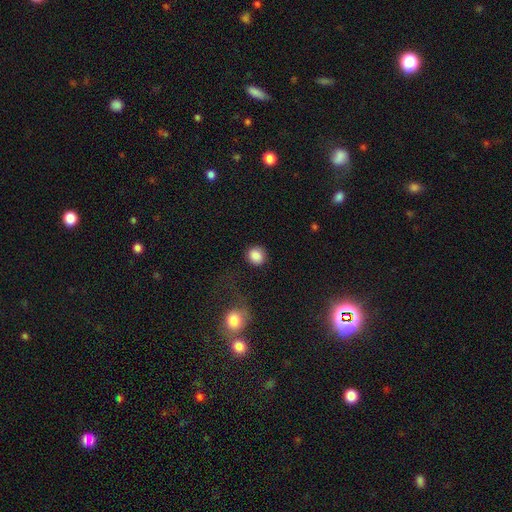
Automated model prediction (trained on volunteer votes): smooth_or_featured: smooth (p=0.87) [alt: star or artifact p=0.08]
how_rounded: round (p=0.83) [alt: in between p=0.16]
merging: none (p=0.83) [alt: minor disturbance p=0.10]